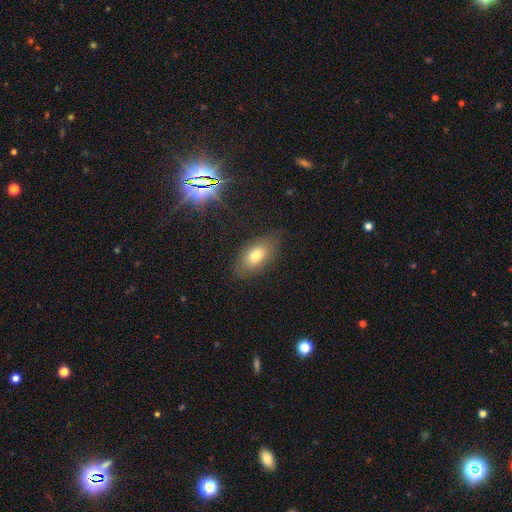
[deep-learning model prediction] This is likely a smooth galaxy (73%). How rounded: clearly in between (89%). Merging: likely none (79%).